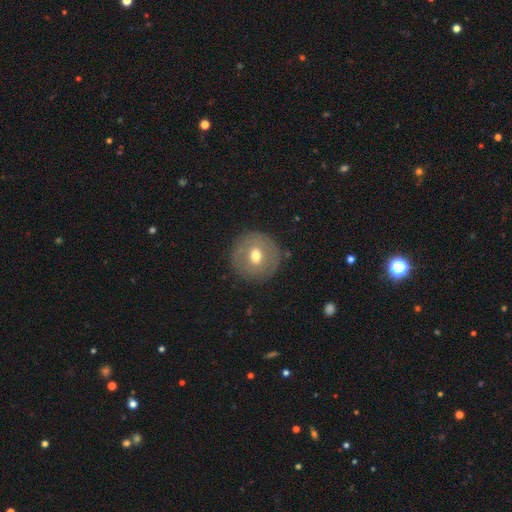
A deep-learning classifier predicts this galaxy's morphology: Smooth or featured: smooth — 53% (featured or disk — 39%)
How rounded: round — 92% (in between — 7%)
Merging: none — 84% (minor disturbance — 10%)